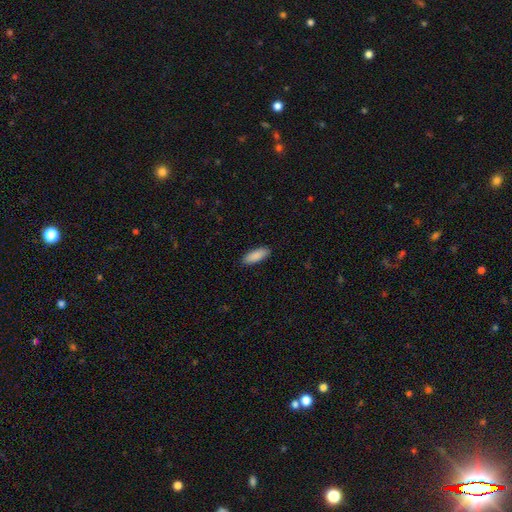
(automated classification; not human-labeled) Smooth or featured: smooth — 89% (star or artifact — 6%)
How rounded: in between — 65% (cigar-shaped — 34%)
Merging: none — 90% (minor disturbance — 8%)